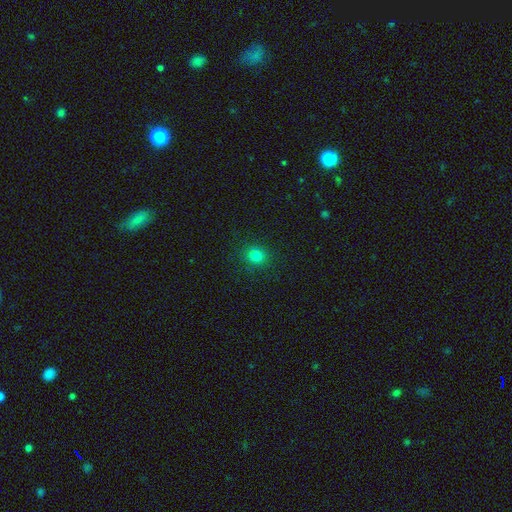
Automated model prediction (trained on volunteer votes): Smooth or featured: smooth — 81% (star or artifact — 14%)
How rounded: round — 84% (in between — 15%)
Merging: none — 90% (minor disturbance — 7%)